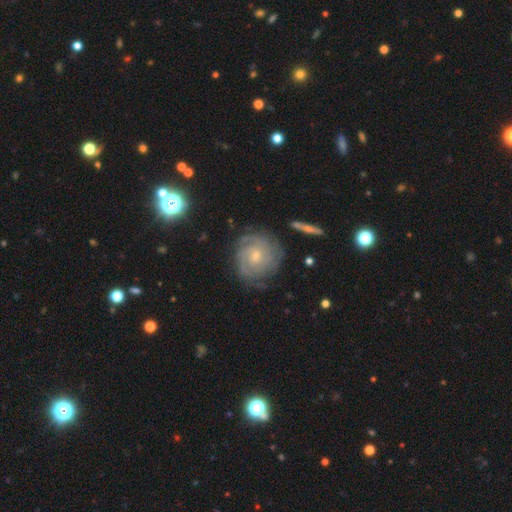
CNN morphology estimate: Overall: featured or disk (81%). Edge-on disk: no (97%). Bar: no (69%). Spiral arms: yes (95%). Spiral arm count: can't tell (36%; 3 21%). Spiral winding: tight (74%). Bulge size: small (62%; moderate 33%). Merging: none (77%).